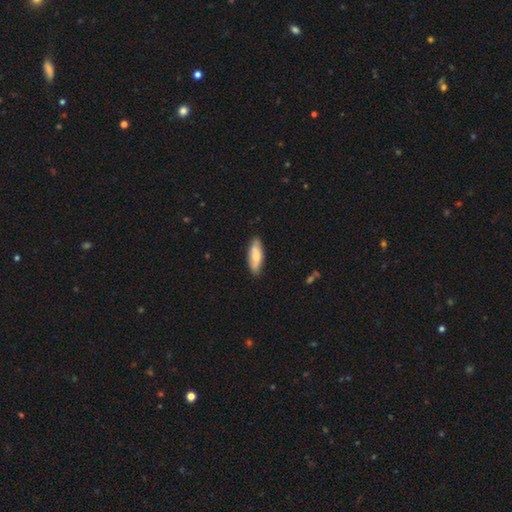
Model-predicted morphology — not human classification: smooth 69%, featured or disk 26%, star or artifact 5%. Down the decision tree: how rounded — in between (63%); merging — none (86%).